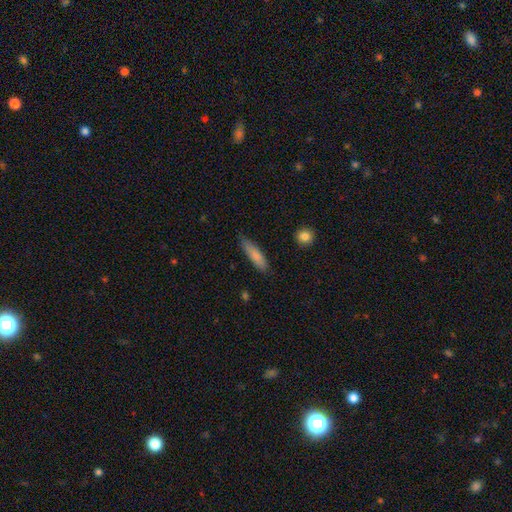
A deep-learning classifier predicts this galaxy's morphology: Q: Smooth or featured?
A: smooth (81%); runner-up: featured or disk (13%)
Q: How rounded?
A: cigar-shaped (71%); runner-up: in between (28%)
Q: Merging?
A: none (76%); runner-up: minor disturbance (19%)